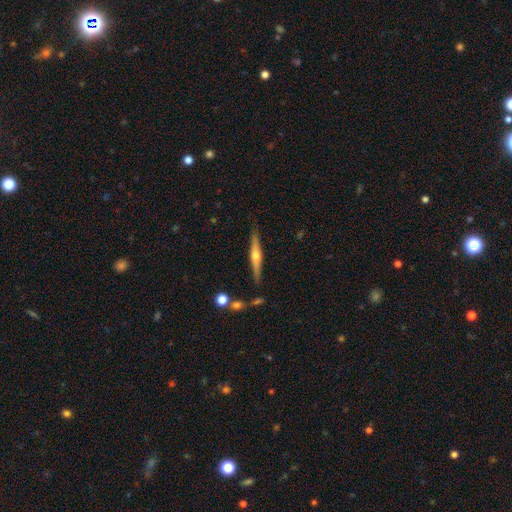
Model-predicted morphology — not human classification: Smooth or featured: featured or disk — 70% (smooth — 24%)
Edge-on disk: yes — 97% (no — 3%)
Edge-on bulge: rounded — 92% (none — 5%)
Merging: none — 86% (minor disturbance — 9%)